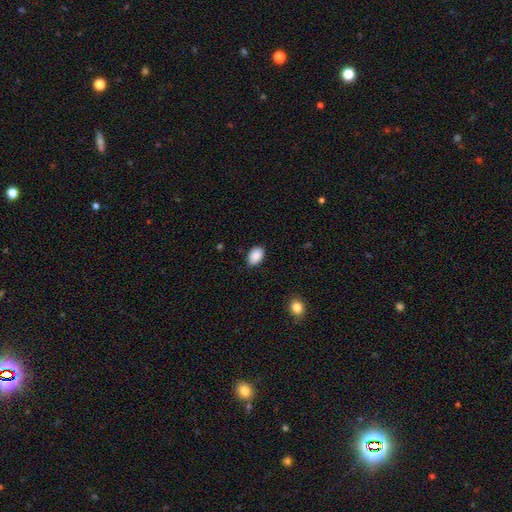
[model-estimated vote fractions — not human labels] Smooth or featured? smooth (90%)
How rounded? in between (87%)
Merging? none (86%)